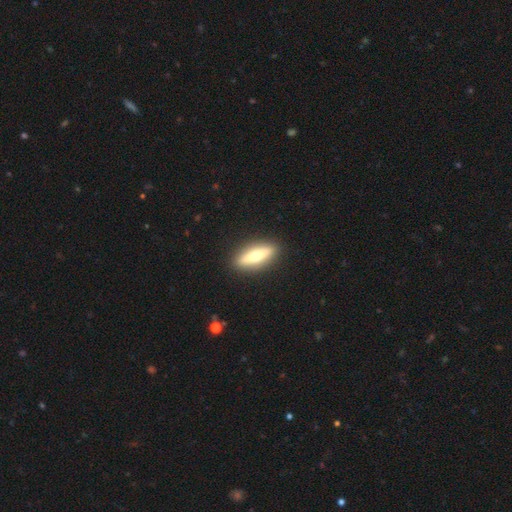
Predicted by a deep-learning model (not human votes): This is possibly a smooth galaxy (56%). How rounded: possibly cigar-shaped (51%). Merging: clearly none (91%).